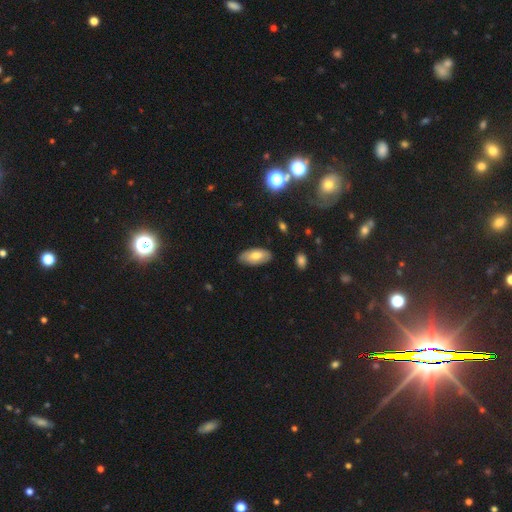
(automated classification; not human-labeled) Smooth or featured: smooth — 69% (featured or disk — 23%)
How rounded: in between — 92% (cigar-shaped — 6%)
Merging: none — 81% (minor disturbance — 15%)